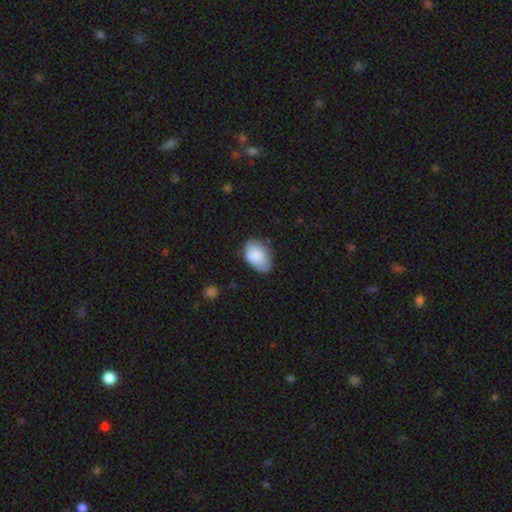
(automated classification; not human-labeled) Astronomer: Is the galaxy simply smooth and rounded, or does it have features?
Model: smooth — 83%.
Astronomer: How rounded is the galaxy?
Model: in between — 90%.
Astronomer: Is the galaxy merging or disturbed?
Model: none — 62%.